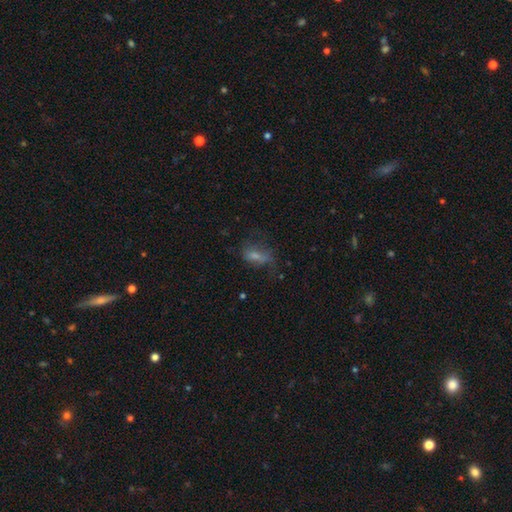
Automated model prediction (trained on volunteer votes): This is possibly a smooth galaxy (58%). How rounded: likely in between (79%). Merging: marginally none (38%).